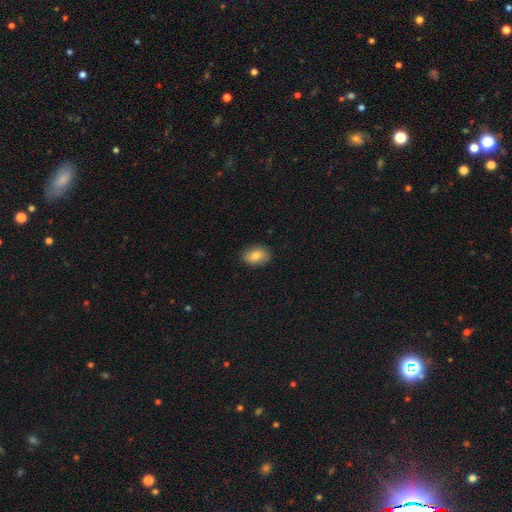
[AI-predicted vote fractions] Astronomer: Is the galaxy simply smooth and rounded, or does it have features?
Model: smooth — 79%.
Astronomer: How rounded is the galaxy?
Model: in between — 79%.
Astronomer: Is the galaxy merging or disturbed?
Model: none — 87%.